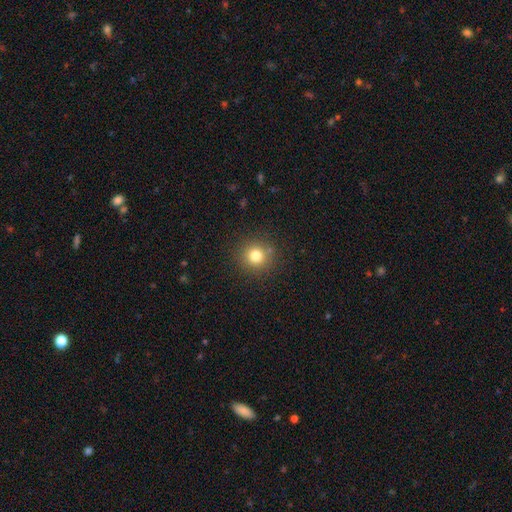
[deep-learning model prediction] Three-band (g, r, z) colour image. It shows a smooth galaxy with no disk features (79%) that is round (93%). Merging: none (88%).